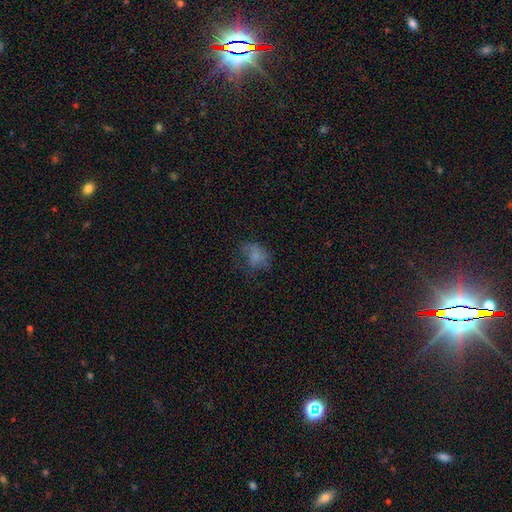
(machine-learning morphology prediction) A smooth galaxy with no disk features (65%) that is in between round and cigar-shaped (64%). Merging: none (44%).